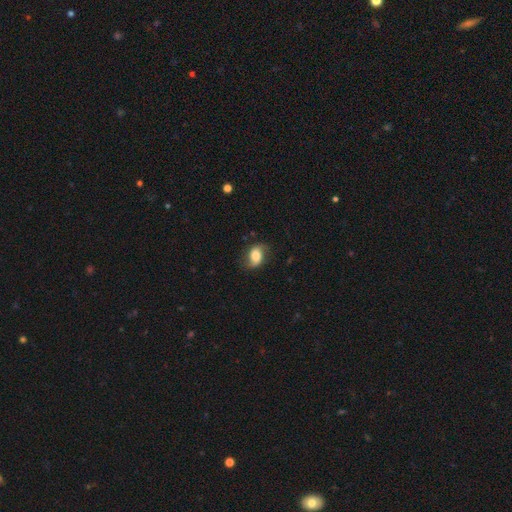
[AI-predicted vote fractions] Morphology: type=smooth (52%); roundness=in between (74%); merging=none (72%).